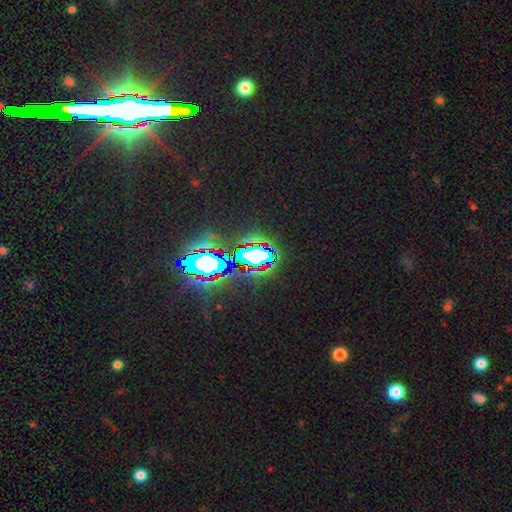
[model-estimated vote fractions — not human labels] Smooth or featured?
  - star or artifact: 70% *
  - smooth: 17%
  - featured or disk: 13%